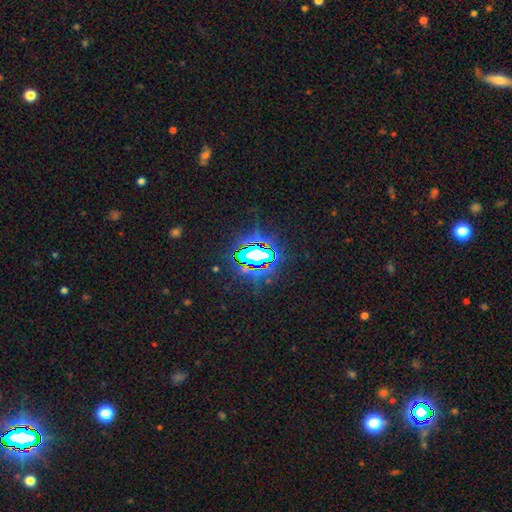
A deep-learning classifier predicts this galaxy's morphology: smooth_or_featured: star or artifact (p=0.75) [alt: smooth p=0.13]